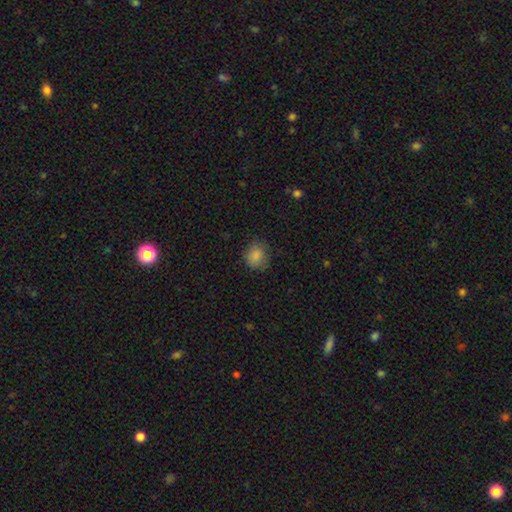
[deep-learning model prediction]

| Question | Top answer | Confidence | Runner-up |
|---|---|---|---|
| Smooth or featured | smooth | 84% | star or artifact (10%) |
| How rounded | round | 70% | in between (29%) |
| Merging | none | 73% | minor disturbance (20%) |